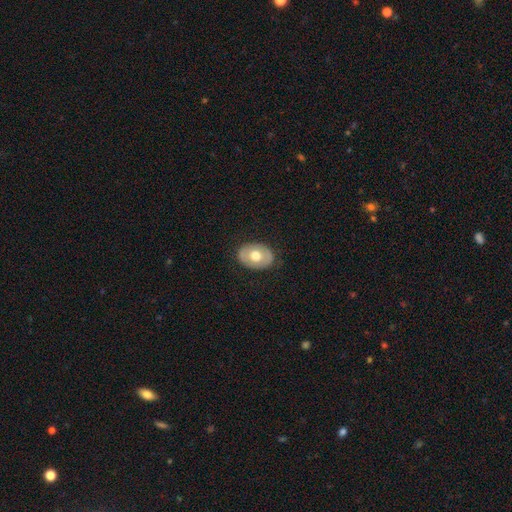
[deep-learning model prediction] smooth_or_featured: smooth (p=0.55) [alt: featured or disk p=0.39]
how_rounded: in between (p=0.71) [alt: round p=0.28]
merging: none (p=0.85) [alt: minor disturbance p=0.11]